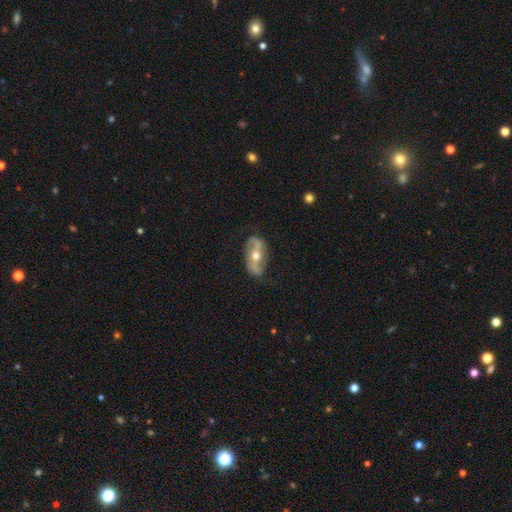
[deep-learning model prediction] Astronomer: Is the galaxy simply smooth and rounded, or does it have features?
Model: featured or disk — 81%.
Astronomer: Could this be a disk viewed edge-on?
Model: no — 92%.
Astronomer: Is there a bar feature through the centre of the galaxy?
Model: strong — 36% (runner-up: no, 34%).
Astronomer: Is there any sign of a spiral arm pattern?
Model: yes — 89%.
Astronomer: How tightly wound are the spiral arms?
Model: loose — 69%.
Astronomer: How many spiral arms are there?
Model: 2 — 91%.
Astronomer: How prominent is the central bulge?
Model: moderate — 72%.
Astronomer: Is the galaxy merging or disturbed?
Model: none — 76%.